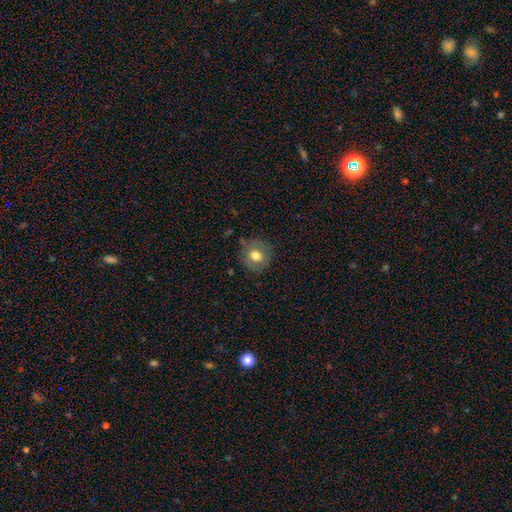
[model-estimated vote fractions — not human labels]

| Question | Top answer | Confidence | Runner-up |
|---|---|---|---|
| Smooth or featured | smooth | 72% | featured or disk (19%) |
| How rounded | round | 83% | in between (16%) |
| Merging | none | 75% | minor disturbance (17%) |